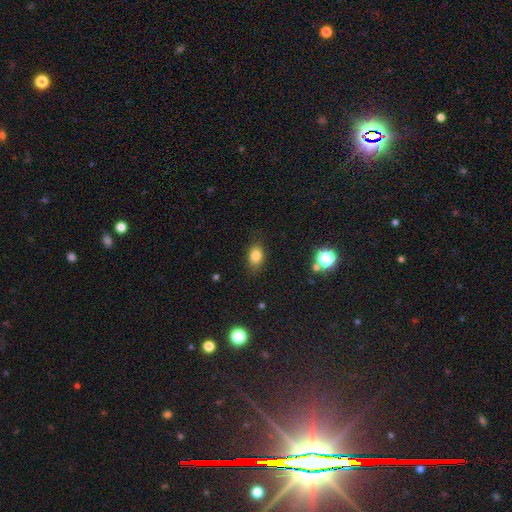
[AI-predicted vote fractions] A smooth galaxy with no disk features (81%) that is in between round and cigar-shaped (78%). Merging: none (81%).